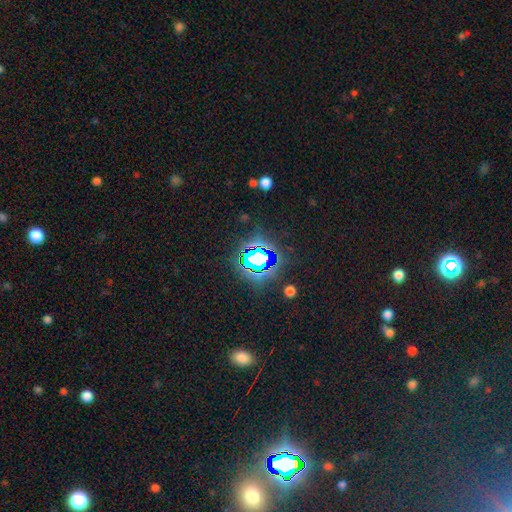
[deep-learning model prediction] Smooth or featured? Predicted: star or artifact (p=0.73).